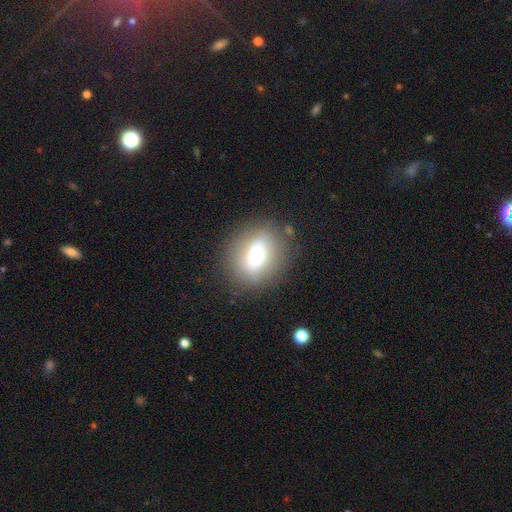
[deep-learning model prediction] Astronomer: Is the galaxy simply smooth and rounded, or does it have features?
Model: smooth — 62%.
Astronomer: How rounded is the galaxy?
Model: round — 56% (runner-up: in between, 41%).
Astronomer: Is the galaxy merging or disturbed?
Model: none — 78%.